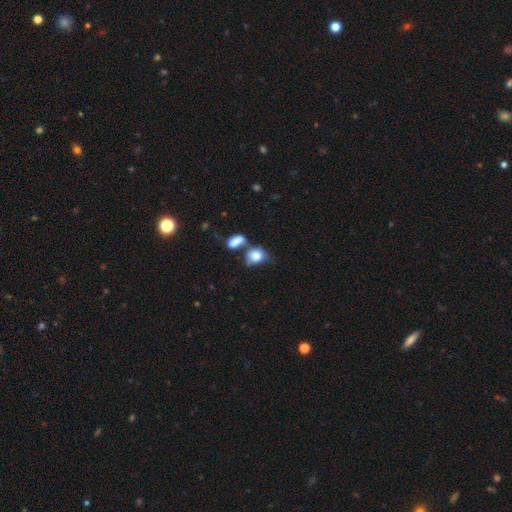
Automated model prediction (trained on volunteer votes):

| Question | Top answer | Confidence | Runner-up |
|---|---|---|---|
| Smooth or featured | smooth | 80% | featured or disk (12%) |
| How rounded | in between | 55% | round (43%) |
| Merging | merger | 36% | none (35%) |